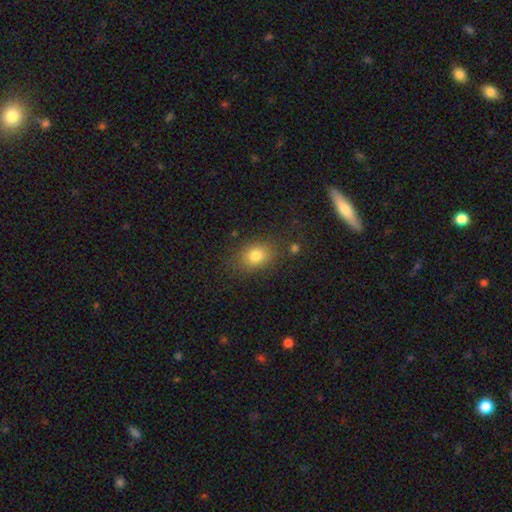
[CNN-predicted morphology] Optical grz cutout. It shows a smooth galaxy with no disk features (80%) that is in between round and cigar-shaped (62%). Merging: none (78%).